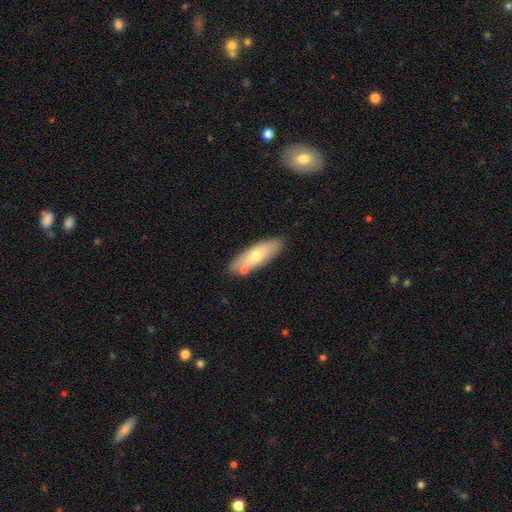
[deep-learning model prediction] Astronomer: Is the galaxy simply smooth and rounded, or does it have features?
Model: smooth — 64%.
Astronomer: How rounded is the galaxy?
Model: in between — 59% (runner-up: cigar-shaped, 39%).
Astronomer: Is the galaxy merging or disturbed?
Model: none — 77%.